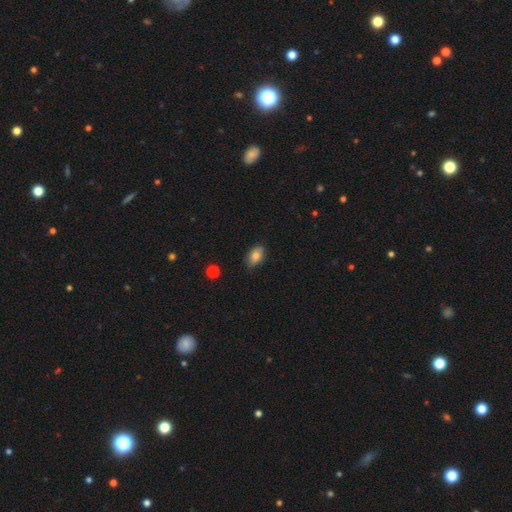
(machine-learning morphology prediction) smooth 80%, featured or disk 11%, star or artifact 9%. Down the decision tree: how rounded — in between (87%); merging — none (77%).